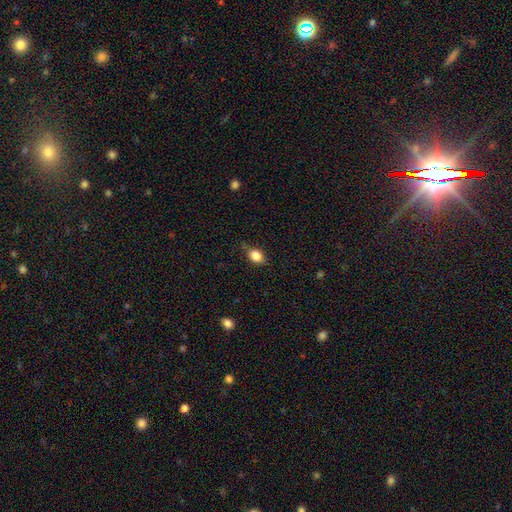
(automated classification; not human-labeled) smooth-or-featured: smooth: 83% | star or artifact: 9% | featured or disk: 8%
  how-rounded: in between: 69% | round: 28% | cigar-shaped: 3%
  merging: none: 67% | minor disturbance: 26% | major disturbance: 6% | merger: 2%